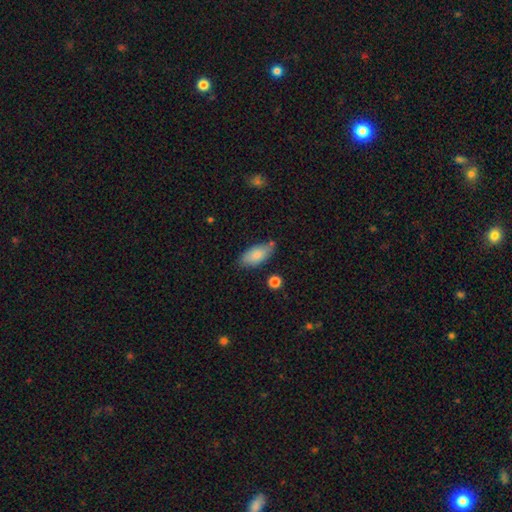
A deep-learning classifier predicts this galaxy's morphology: smooth_or_featured: smooth (p=0.82) [alt: featured or disk p=0.12]
how_rounded: in between (p=0.90) [alt: cigar-shaped p=0.08]
merging: none (p=0.69) [alt: minor disturbance p=0.21]